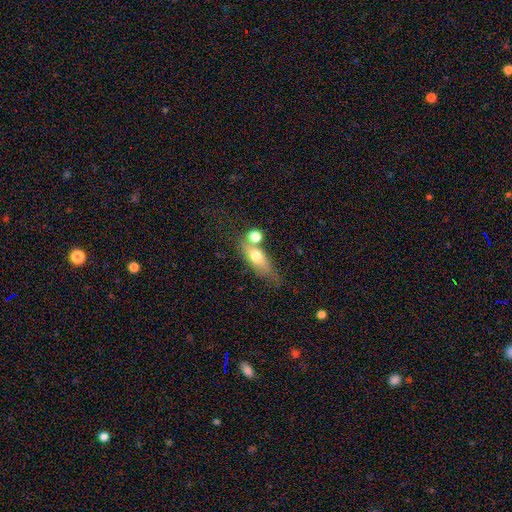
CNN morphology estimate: This is likely a smooth galaxy (65%). How rounded: likely in between (62%). Merging: possibly none (45%).